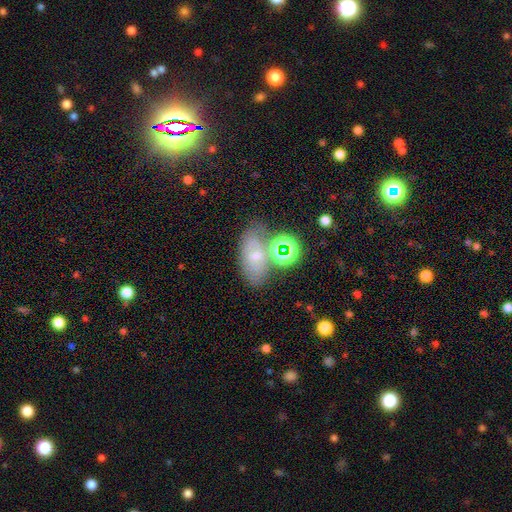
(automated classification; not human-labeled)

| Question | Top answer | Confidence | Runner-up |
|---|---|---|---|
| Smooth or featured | smooth | 48% | featured or disk (29%) |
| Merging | none | 54% | minor disturbance (18%) |